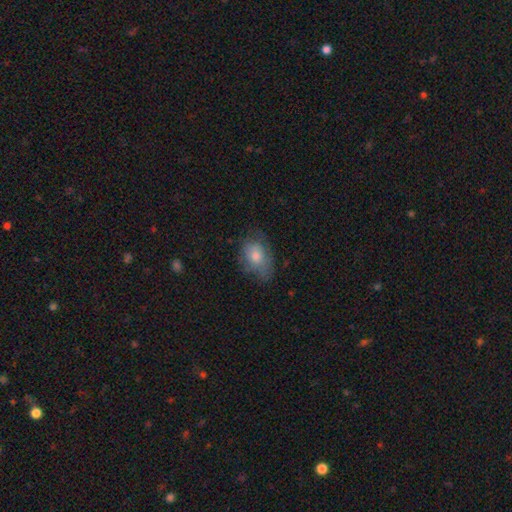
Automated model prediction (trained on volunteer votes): A smooth galaxy with no disk features (68%) that is in between round and cigar-shaped (78%).

Vote fractions:
- Smooth or featured? smooth: 68% / featured or disk: 23% / star or artifact: 9%
- How rounded? in between: 78% / round: 21% / cigar-shaped: 2%
- Merging? none: 58% / minor disturbance: 28% / major disturbance: 12% / merger: 1%